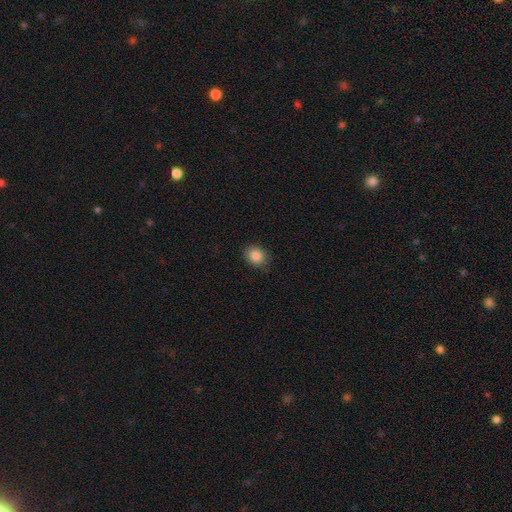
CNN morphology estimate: This appears to be a smooth galaxy with no disk features (87%) that is in between round and cigar-shaped (52%). Merging: none (83%).